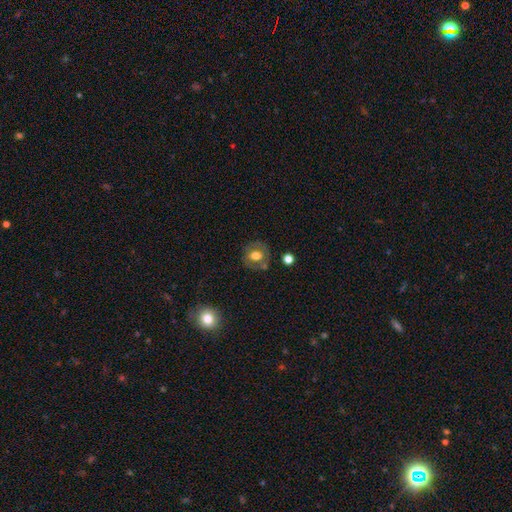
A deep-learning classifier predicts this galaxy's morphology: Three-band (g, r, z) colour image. It shows a smooth galaxy with no disk features (58%) that is round (74%). Merging: none (73%).